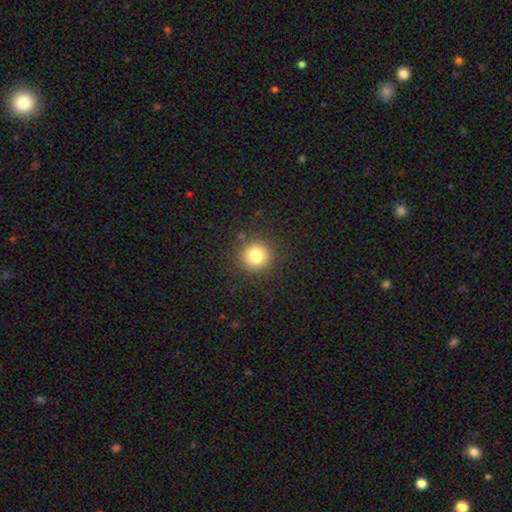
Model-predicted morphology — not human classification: A smooth galaxy with no disk features (80%) that is round (94%).

Vote fractions:
- Smooth or featured? smooth: 80% / star or artifact: 12% / featured or disk: 8%
- How rounded? round: 94% / in between: 6% / cigar-shaped: 1%
- Merging? none: 89% / minor disturbance: 7% / major disturbance: 3% / merger: 1%